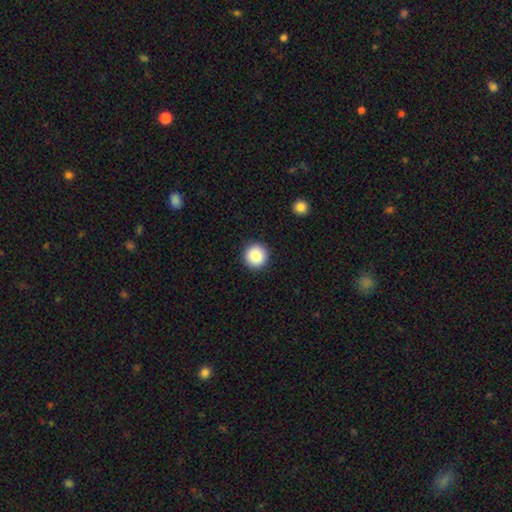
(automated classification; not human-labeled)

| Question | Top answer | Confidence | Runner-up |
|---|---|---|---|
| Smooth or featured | smooth | 85% | star or artifact (9%) |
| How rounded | round | 96% | in between (3%) |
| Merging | none | 93% | minor disturbance (4%) |